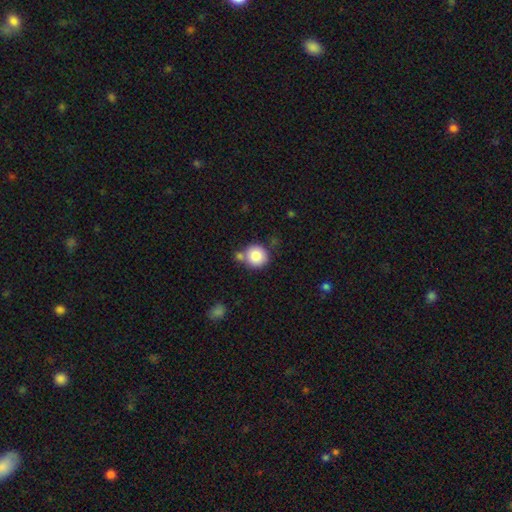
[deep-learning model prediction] This appears to be a smooth galaxy with no disk features (82%) that is round (92%). Merging: none (66%).